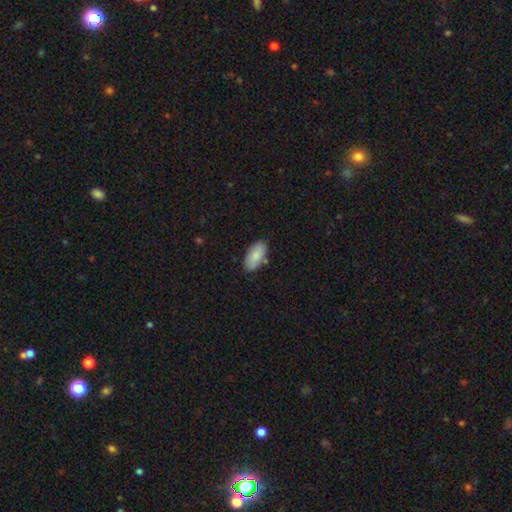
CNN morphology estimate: This is clearly a smooth galaxy (86%). How rounded: clearly in between (93%). Merging: clearly none (81%).